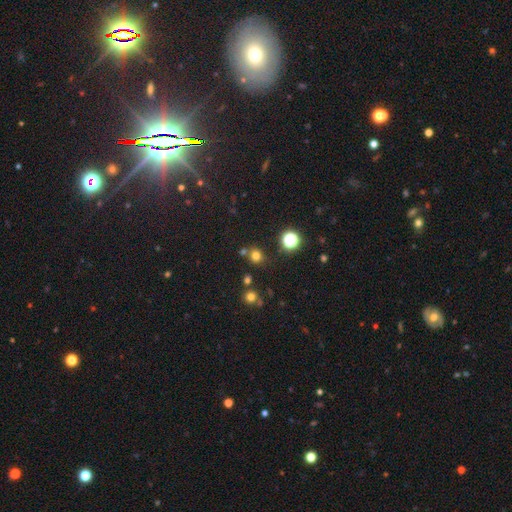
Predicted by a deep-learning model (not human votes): Smooth or featured?
  - smooth: 71% *
  - star or artifact: 23%
  - featured or disk: 6%
How rounded?
  - round: 82% *
  - in between: 17%
  - cigar-shaped: 1%
Merging?
  - none: 74% *
  - merger: 12%
  - minor disturbance: 10%
  - major disturbance: 3%